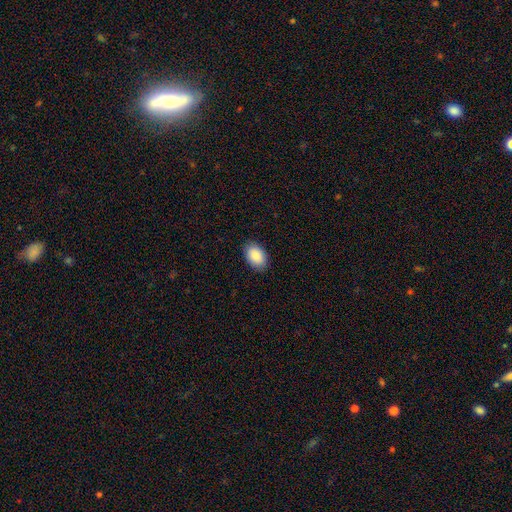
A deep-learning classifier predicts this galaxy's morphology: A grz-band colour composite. It shows a smooth galaxy with no disk features (89%) that is in between round and cigar-shaped (90%). Merging: none (88%).